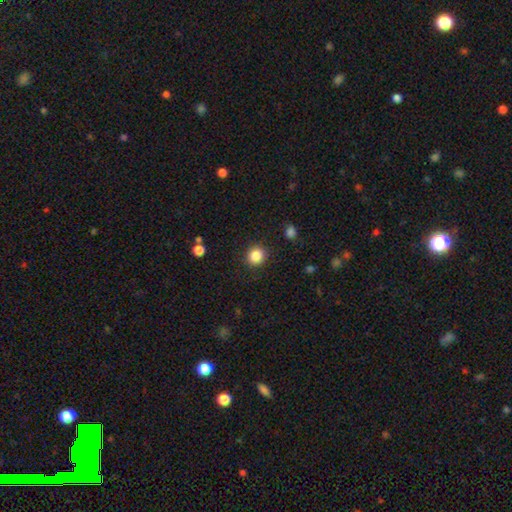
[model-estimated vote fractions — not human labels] Smooth or featured: smooth — 86% (star or artifact — 11%)
How rounded: round — 90% (in between — 9%)
Merging: none — 90% (minor disturbance — 7%)